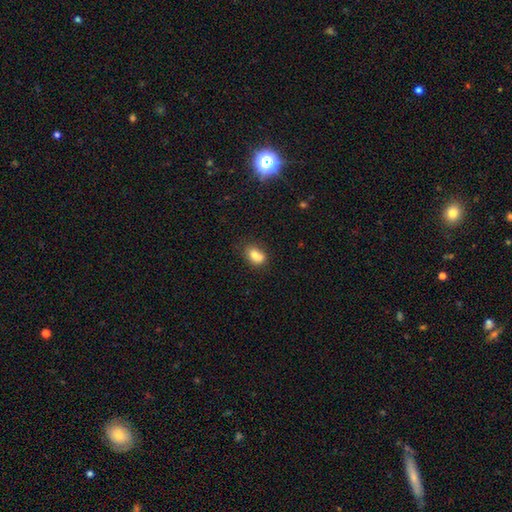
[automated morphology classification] Smooth or featured? Predicted: smooth (p=0.77). How rounded? Predicted: in between (p=0.72). Merging? Predicted: none (p=0.45).